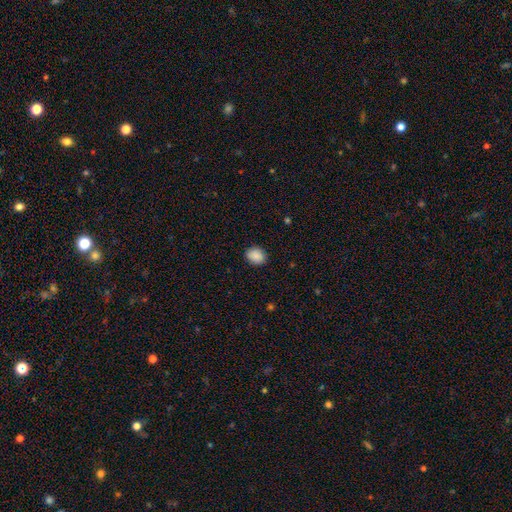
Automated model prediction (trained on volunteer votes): Smooth or featured?
  - smooth: 89% *
  - star or artifact: 8%
  - featured or disk: 3%
How rounded?
  - in between: 52% *
  - round: 47%
  - cigar-shaped: 1%
Merging?
  - none: 89% *
  - minor disturbance: 8%
  - major disturbance: 2%
  - merger: 1%